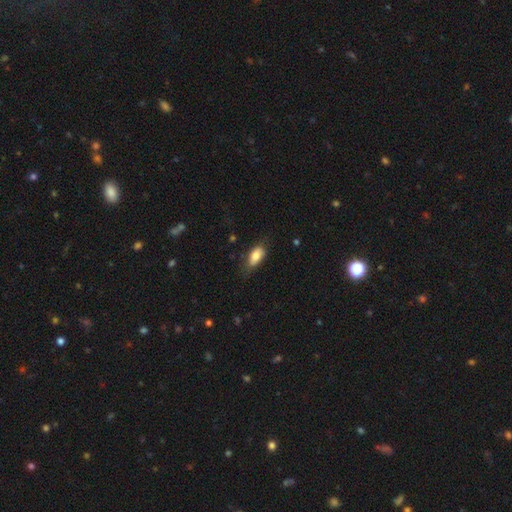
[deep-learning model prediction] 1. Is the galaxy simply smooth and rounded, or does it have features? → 81% smooth, 12% featured or disk, 7% star or artifact.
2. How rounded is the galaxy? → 88% in between, 8% cigar-shaped, 4% round.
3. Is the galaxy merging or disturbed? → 64% none, 26% minor disturbance, 8% major disturbance, 1% merger.